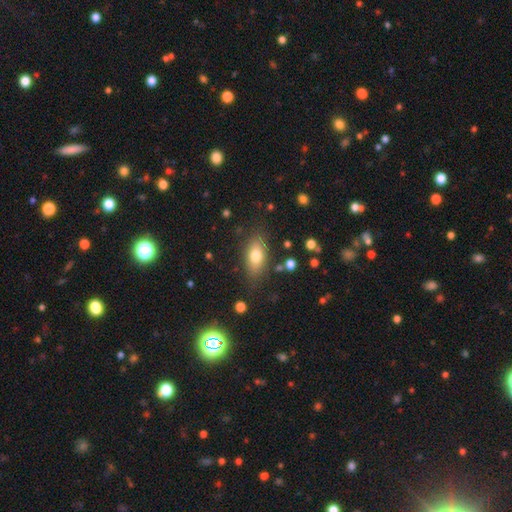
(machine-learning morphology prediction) A smooth galaxy with no disk features (75%) that is in between round and cigar-shaped (84%).

Vote fractions:
- Smooth or featured? smooth: 75% / featured or disk: 16% / star or artifact: 9%
- How rounded? in between: 84% / cigar-shaped: 8% / round: 8%
- Merging? none: 80% / minor disturbance: 13% / major disturbance: 4% / merger: 2%